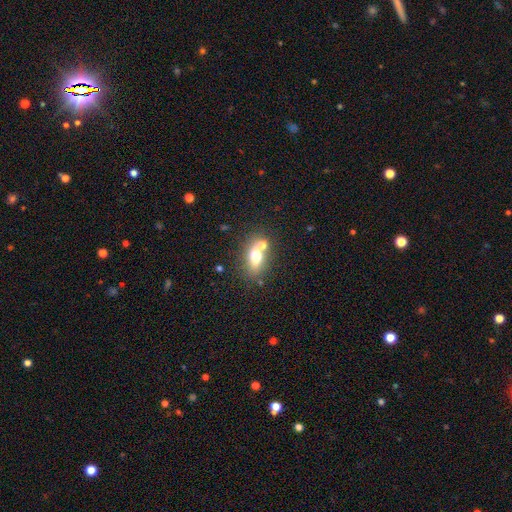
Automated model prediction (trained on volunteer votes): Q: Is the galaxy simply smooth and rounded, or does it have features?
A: smooth — 67%.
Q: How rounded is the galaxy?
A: in between — 75%.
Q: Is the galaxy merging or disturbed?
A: none — 53%.